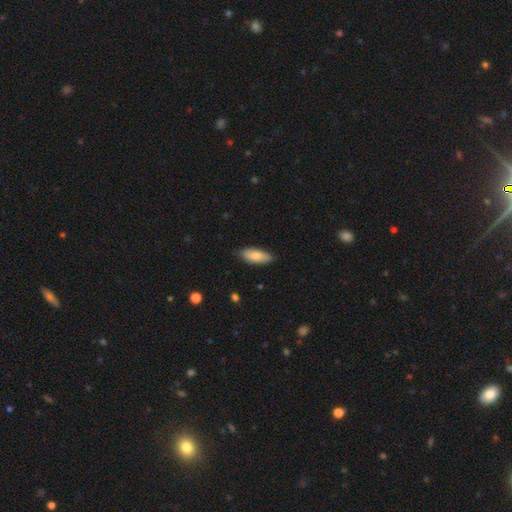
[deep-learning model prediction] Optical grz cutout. It shows a smooth galaxy with no disk features (77%) that is in between round and cigar-shaped (83%). Merging: none (81%).